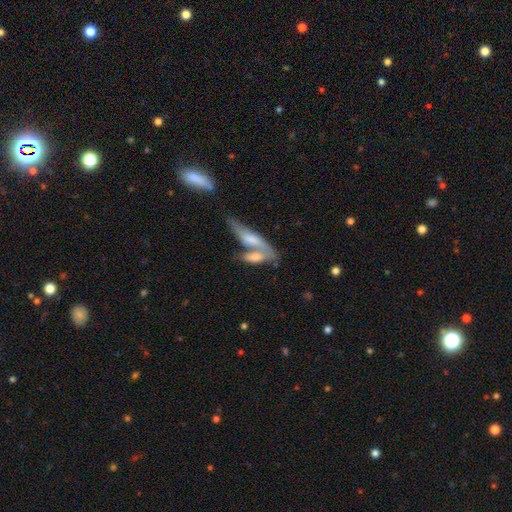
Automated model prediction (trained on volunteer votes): The model was most divided on "smooth or featured": smooth: 50%, featured or disk: 41%, star or artifact: 9%. More confident: merging — merger (57%).